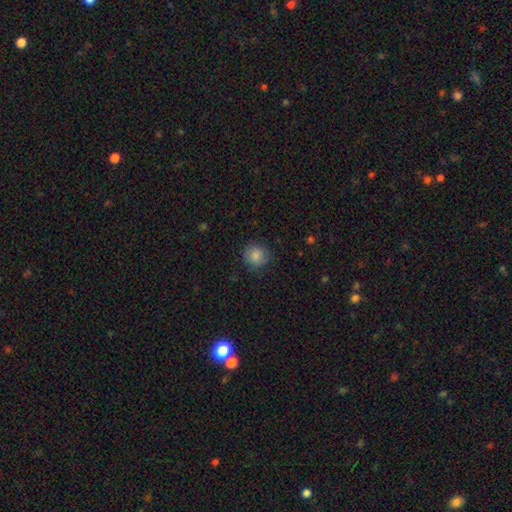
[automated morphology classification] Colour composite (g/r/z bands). It shows a smooth galaxy with no disk features (86%) that is round (90%). Merging: none (87%).